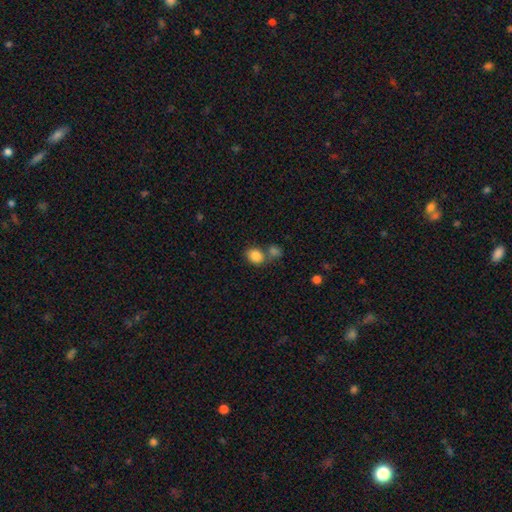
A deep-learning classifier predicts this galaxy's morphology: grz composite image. It shows a smooth galaxy with no disk features (85%) that is round (52%). Merging: none (56%).